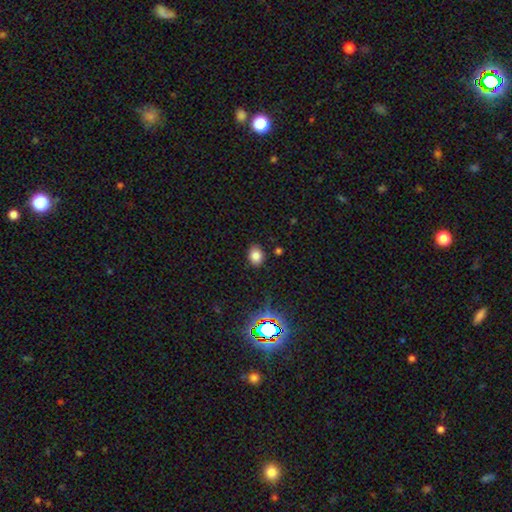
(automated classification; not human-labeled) A smooth galaxy with no disk features (80%) that is in between round and cigar-shaped (65%). Merging: none (85%).